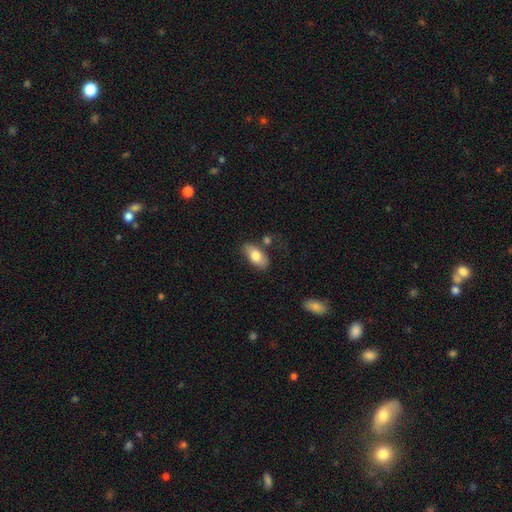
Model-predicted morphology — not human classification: This is likely a smooth galaxy (77%). How rounded: clearly in between (91%). Merging: likely none (70%).